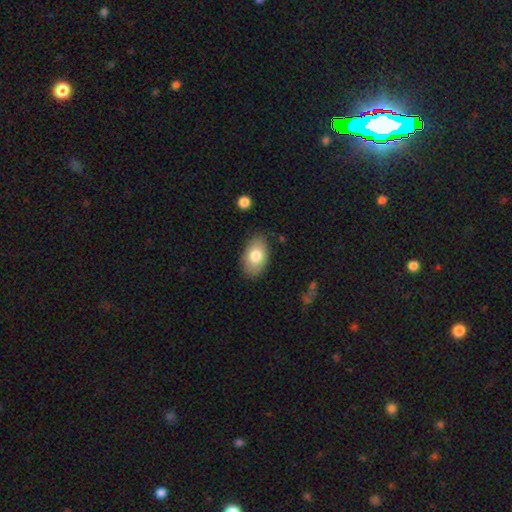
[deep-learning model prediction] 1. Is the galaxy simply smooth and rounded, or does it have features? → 78% smooth, 15% featured or disk, 7% star or artifact.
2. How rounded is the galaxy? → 91% in between, 8% round, 1% cigar-shaped.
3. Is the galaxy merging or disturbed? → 83% none, 13% minor disturbance, 3% major disturbance, 1% merger.